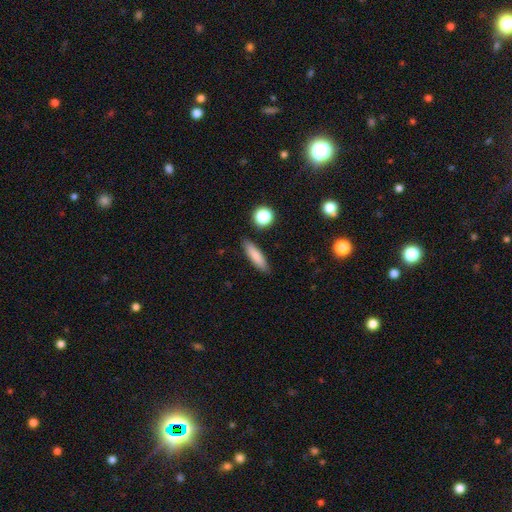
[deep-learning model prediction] Smooth or featured? Predicted: smooth (p=0.82). How rounded? Predicted: cigar-shaped (p=0.69). Merging? Predicted: none (p=0.88).